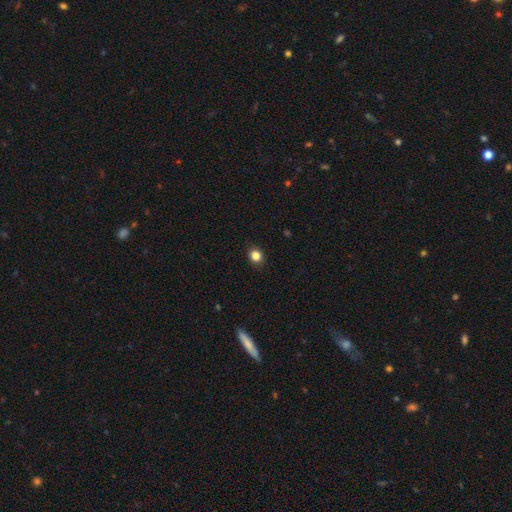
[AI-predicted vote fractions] A smooth galaxy with no disk features (84%) that is round (72%).

Vote fractions:
- Smooth or featured? smooth: 84% / star or artifact: 12% / featured or disk: 5%
- How rounded? round: 72% / in between: 27% / cigar-shaped: 1%
- Merging? none: 89% / minor disturbance: 8% / major disturbance: 2% / merger: 1%